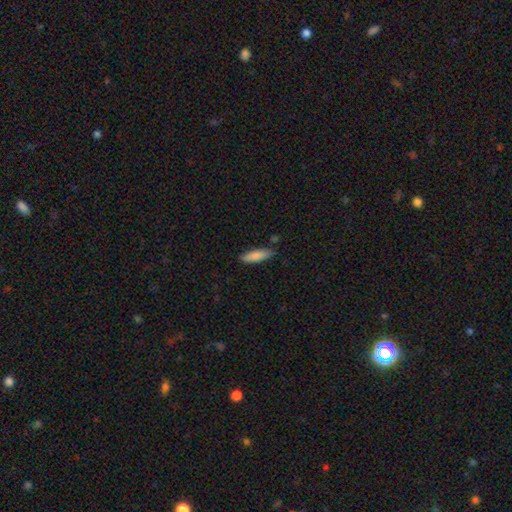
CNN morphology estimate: type=smooth (85%); roundness=cigar-shaped (55%); merging=none (82%).